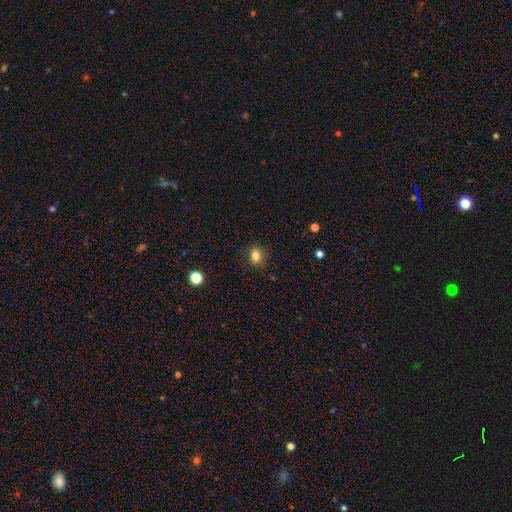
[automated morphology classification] type=smooth (82%); roundness=in between (56%); merging=none (85%).